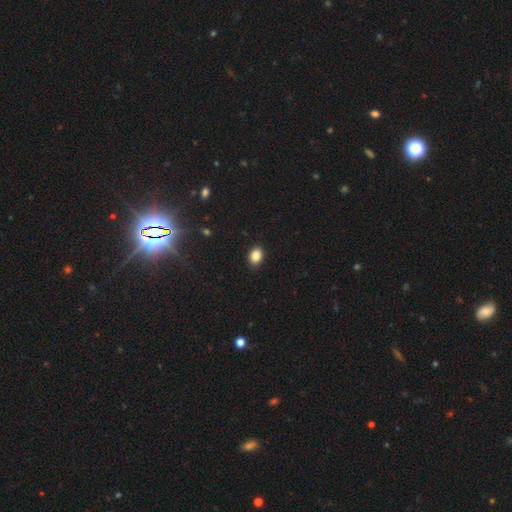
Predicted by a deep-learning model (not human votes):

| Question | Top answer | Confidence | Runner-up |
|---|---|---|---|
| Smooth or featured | smooth | 85% | star or artifact (10%) |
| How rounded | in between | 63% | round (36%) |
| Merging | none | 90% | minor disturbance (7%) |